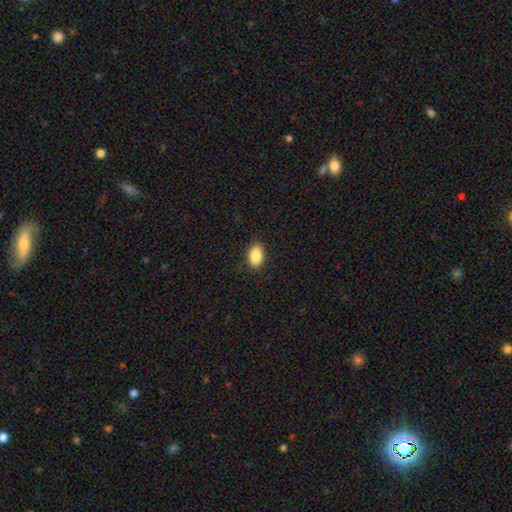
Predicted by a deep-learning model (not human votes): smooth 89%, star or artifact 7%, featured or disk 4%. Down the decision tree: how rounded — in between (91%); merging — none (88%).